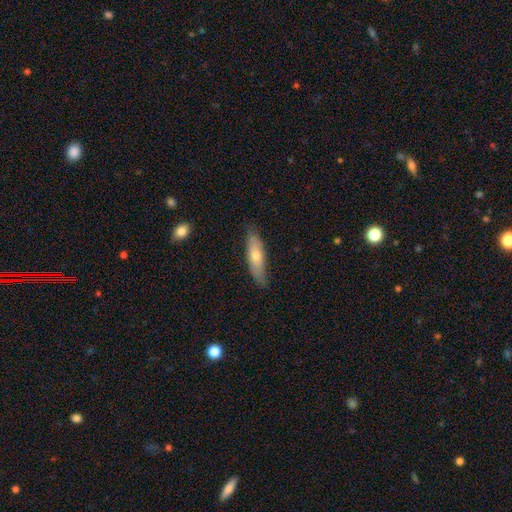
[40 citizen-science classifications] smooth-or-featured: smooth: 70% | featured or disk: 25% | star or artifact: 5%
  how-rounded: cigar-shaped: 64% | in between: 29% | round: 7%
  merging: none: 66% | minor disturbance: 34% | major disturbance: 0% | merger: 0%